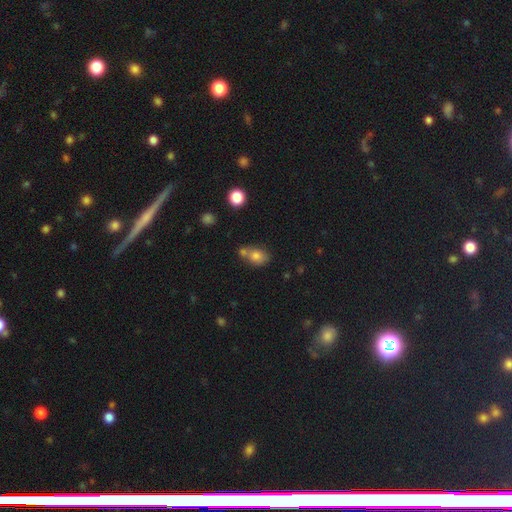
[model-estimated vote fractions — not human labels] A smooth galaxy with no disk features (75%) that is in between round and cigar-shaped (57%).

Vote fractions:
- Smooth or featured? smooth: 75% / star or artifact: 13% / featured or disk: 12%
- How rounded? in between: 57% / round: 41% / cigar-shaped: 2%
- Merging? none: 48% / merger: 35% / minor disturbance: 13% / major disturbance: 4%